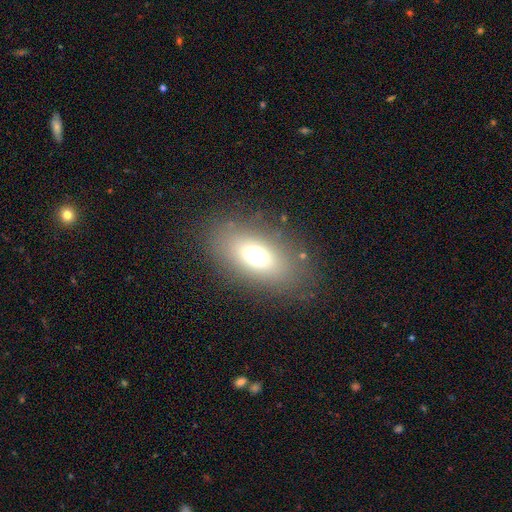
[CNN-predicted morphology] smooth_or_featured: smooth (p=0.67) [alt: featured or disk p=0.18]
how_rounded: in between (p=0.83) [alt: round p=0.13]
merging: none (p=0.81) [alt: minor disturbance p=0.10]